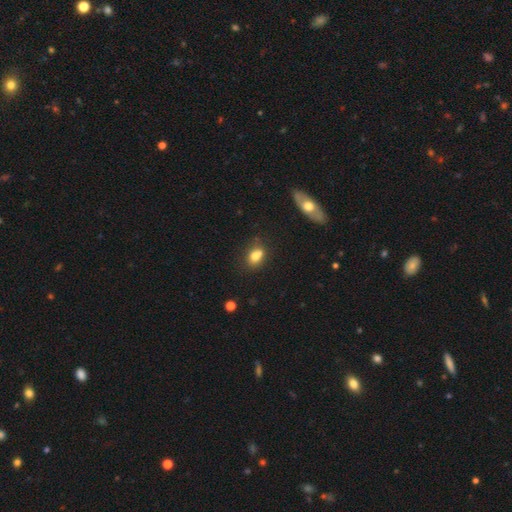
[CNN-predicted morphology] Q: Smooth or featured?
A: smooth (78%); runner-up: featured or disk (12%)
Q: How rounded?
A: in between (75%); runner-up: round (22%)
Q: Merging?
A: none (58%); runner-up: minor disturbance (19%)